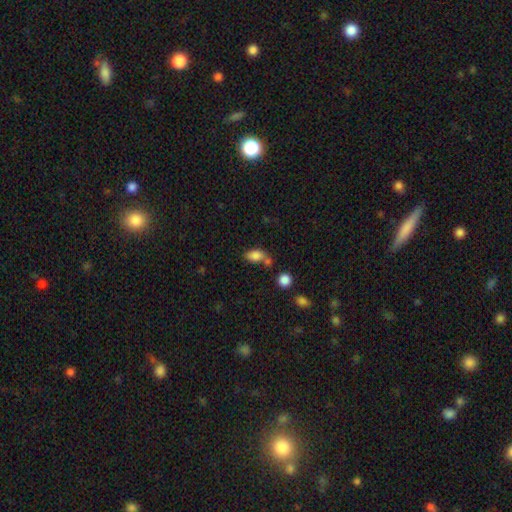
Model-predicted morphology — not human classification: Smooth or featured?
  - smooth: 83% *
  - star or artifact: 10%
  - featured or disk: 7%
How rounded?
  - in between: 87% *
  - round: 10%
  - cigar-shaped: 3%
Merging?
  - none: 49% *
  - merger: 27%
  - minor disturbance: 17%
  - major disturbance: 6%